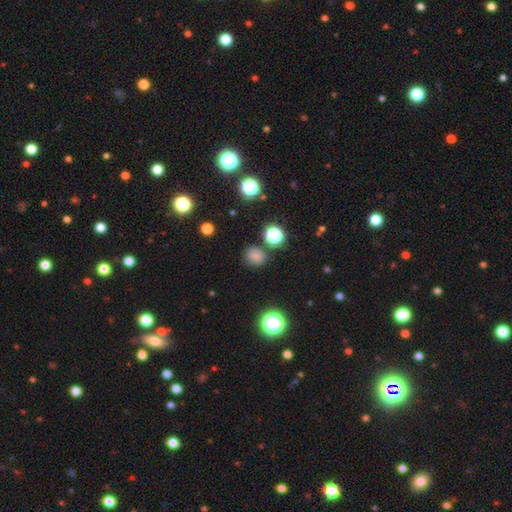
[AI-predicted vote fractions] smooth_or_featured: smooth (p=0.75) [alt: star or artifact p=0.19]
how_rounded: round (p=0.73) [alt: in between p=0.26]
merging: none (p=0.80) [alt: minor disturbance p=0.12]